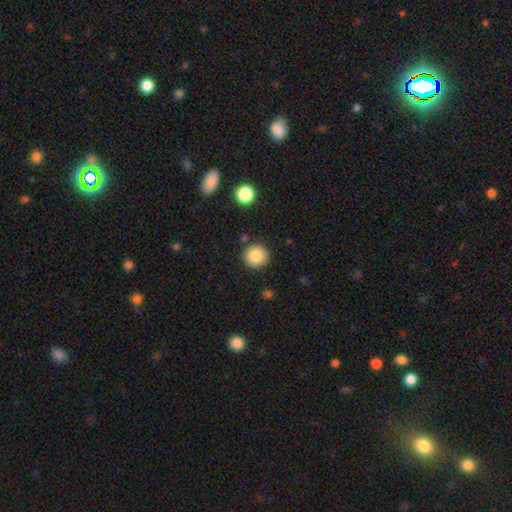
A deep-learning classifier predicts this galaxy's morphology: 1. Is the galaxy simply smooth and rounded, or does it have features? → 85% smooth, 9% star or artifact, 6% featured or disk.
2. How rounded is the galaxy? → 92% round, 7% in between, 1% cigar-shaped.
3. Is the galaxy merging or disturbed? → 88% none, 7% minor disturbance, 3% merger, 2% major disturbance.